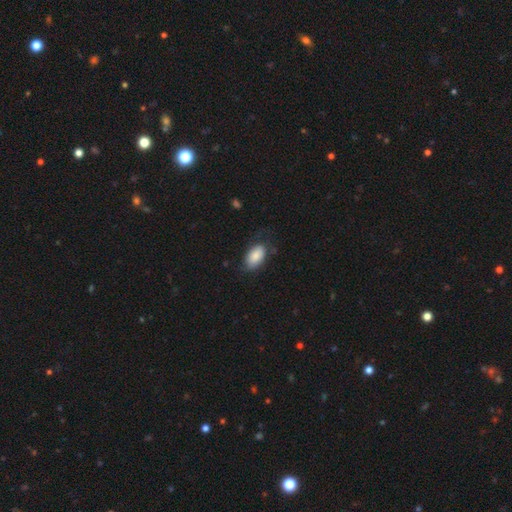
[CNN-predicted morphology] A smooth galaxy with no disk features (82%) that is in between round and cigar-shaped (93%). Merging: none (60%).